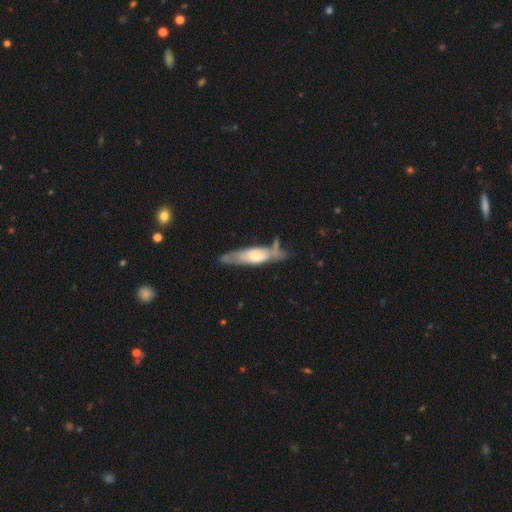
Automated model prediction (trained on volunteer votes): A featured or disk galaxy (50%). Merging: none (59%).